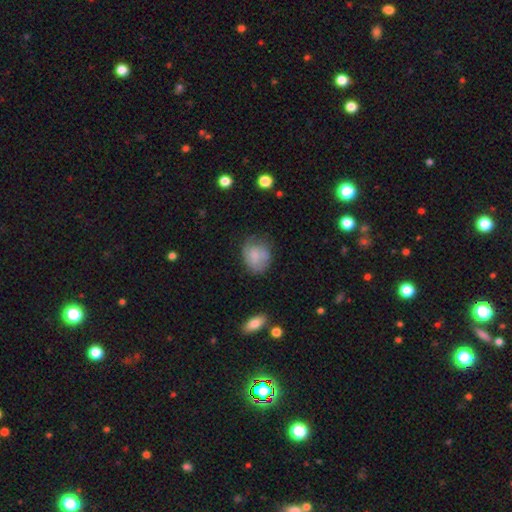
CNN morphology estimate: smooth 64%, featured or disk 28%, star or artifact 8%. Down the decision tree: how rounded — round (59%); merging — none (58%).